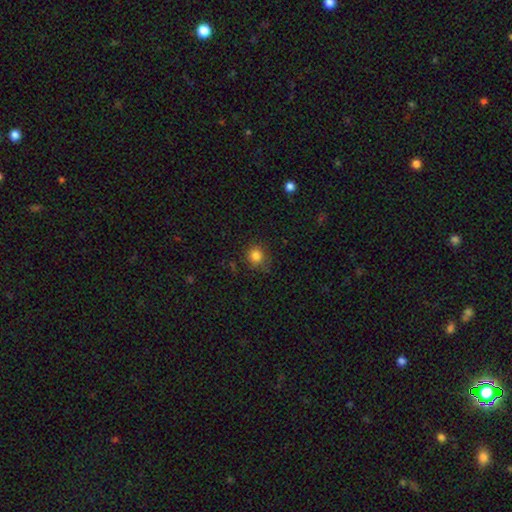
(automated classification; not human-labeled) smooth 83%, star or artifact 12%, featured or disk 5%. Down the decision tree: how rounded — round (86%); merging — none (81%).